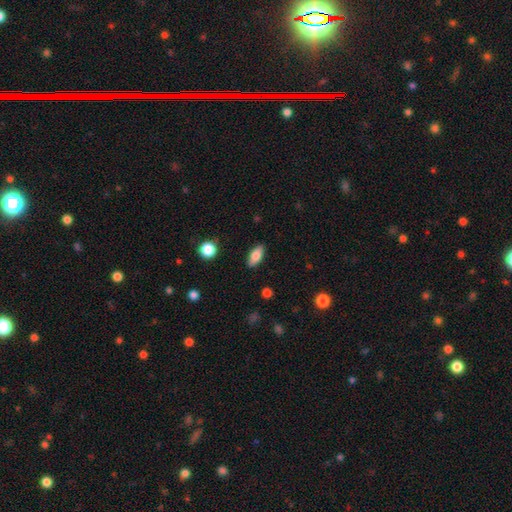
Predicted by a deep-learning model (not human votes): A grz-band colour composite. It shows a smooth galaxy with no disk features (78%) that is in between round and cigar-shaped (85%). Merging: none (87%).